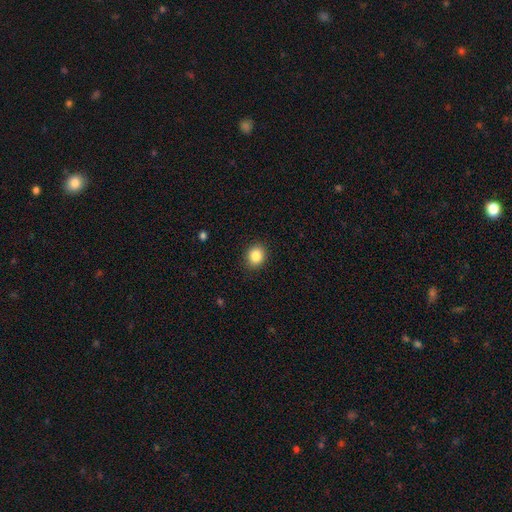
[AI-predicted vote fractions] Smooth or featured? smooth (86%)
How rounded? round (67%)
Merging? none (89%)